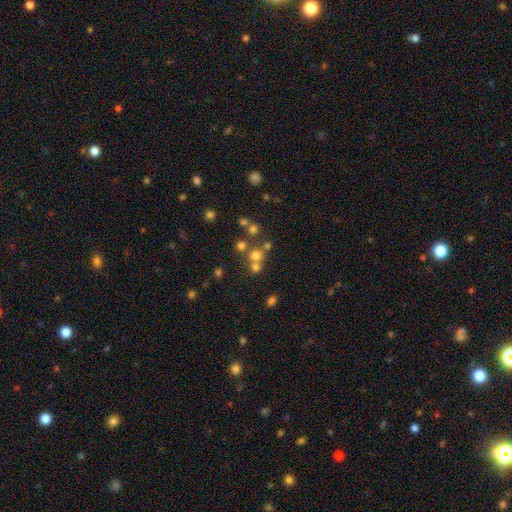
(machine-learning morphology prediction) Smooth or featured?
  - smooth: 63% *
  - star or artifact: 24%
  - featured or disk: 14%
How rounded?
  - round: 89% *
  - in between: 10%
  - cigar-shaped: 1%
Merging?
  - none: 57% *
  - merger: 33%
  - minor disturbance: 7%
  - major disturbance: 4%